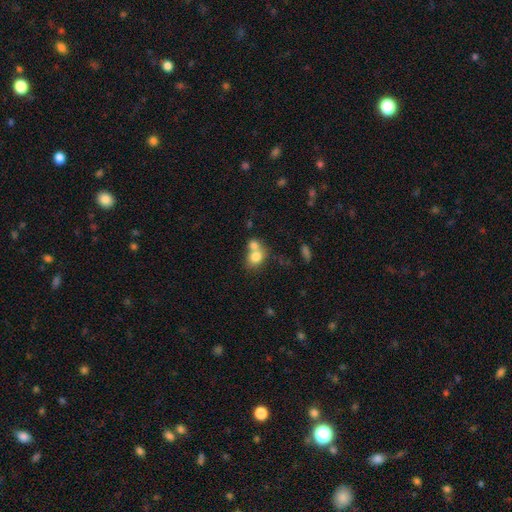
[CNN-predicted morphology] A smooth galaxy with no disk features (77%) that is round (56%). Merging: merger (57%).